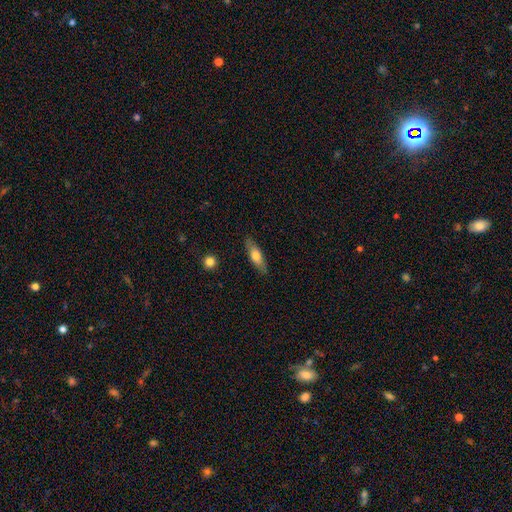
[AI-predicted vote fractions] Morphology: type=smooth (65%); roundness=cigar-shaped (51%); merging=none (85%).